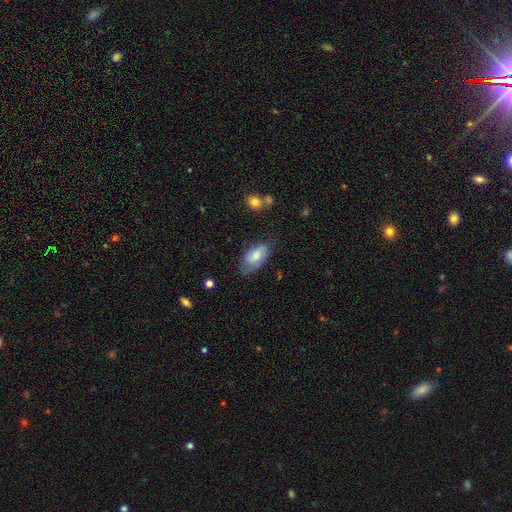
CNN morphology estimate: smooth-or-featured: smooth: 64% | featured or disk: 29% | star or artifact: 7%
  how-rounded: in between: 93% | cigar-shaped: 4% | round: 3%
  merging: none: 63% | minor disturbance: 27% | major disturbance: 7% | merger: 2%